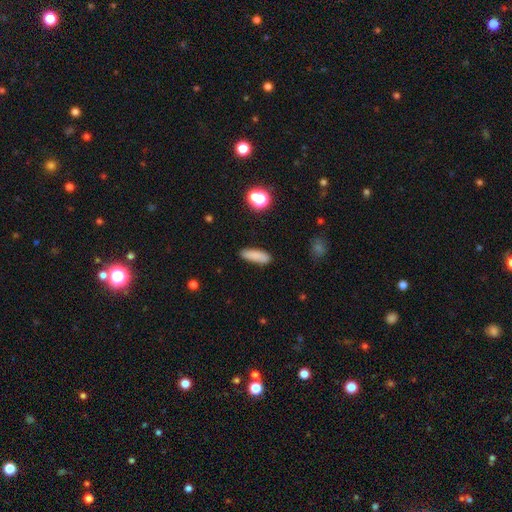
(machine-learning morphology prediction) Smooth or featured? Predicted: smooth (p=0.84). How rounded? Predicted: cigar-shaped (p=0.49). Merging? Predicted: none (p=0.86).